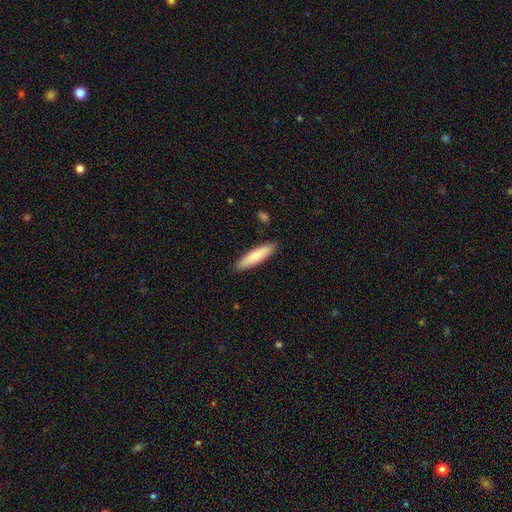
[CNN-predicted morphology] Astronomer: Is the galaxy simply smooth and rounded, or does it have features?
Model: smooth — 75%.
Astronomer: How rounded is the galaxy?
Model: cigar-shaped — 79%.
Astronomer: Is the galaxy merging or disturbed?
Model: none — 89%.